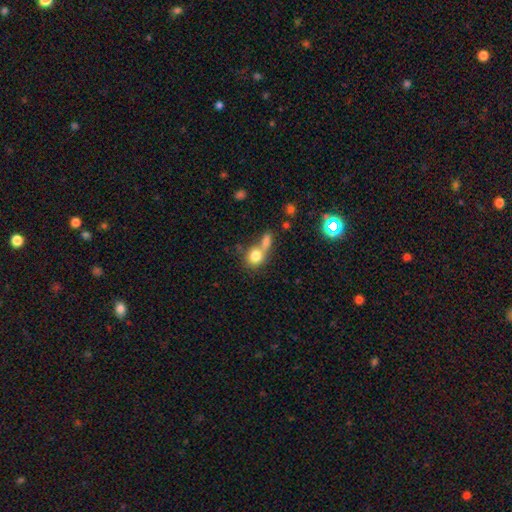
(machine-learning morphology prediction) type=smooth (79%); roundness=round (73%); merging=merger (47%).